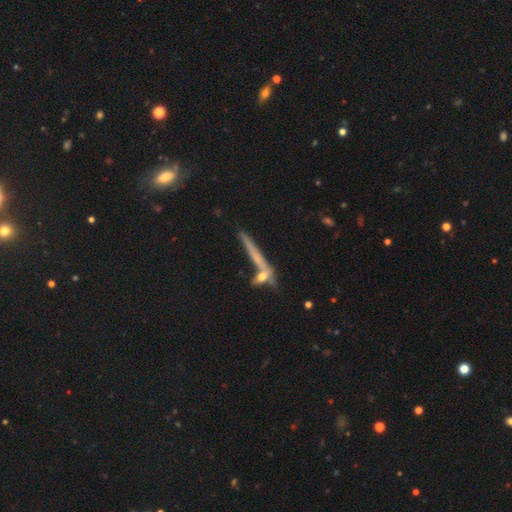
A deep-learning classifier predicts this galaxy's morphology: The model was most divided on "smooth or featured": featured or disk: 49%, smooth: 41%, star or artifact: 9%. More confident: merging — none (62%).